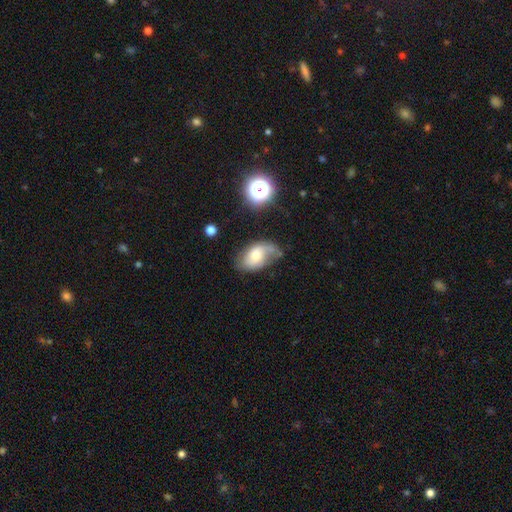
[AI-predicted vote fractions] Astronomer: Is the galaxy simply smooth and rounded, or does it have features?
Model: featured or disk — 48% (runner-up: smooth, 42%).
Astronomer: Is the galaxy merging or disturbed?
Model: none — 44% (runner-up: minor disturbance, 33%).